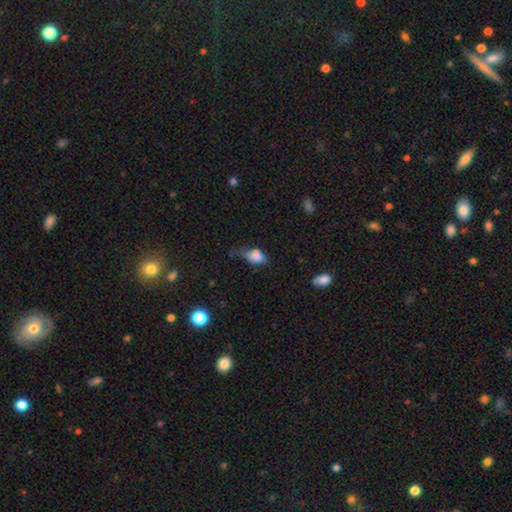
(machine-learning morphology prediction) The model was most divided on "merging": minor disturbance: 39%, none: 28%, major disturbance: 21%, merger: 12%. More confident: how rounded — in between (85%); smooth or featured — smooth (76%).